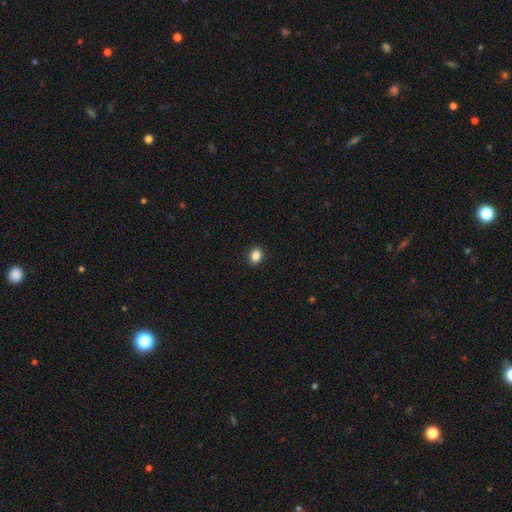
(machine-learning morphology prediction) Smooth or featured: smooth — 85% (star or artifact — 10%)
How rounded: round — 52% (in between — 47%)
Merging: none — 91% (minor disturbance — 6%)